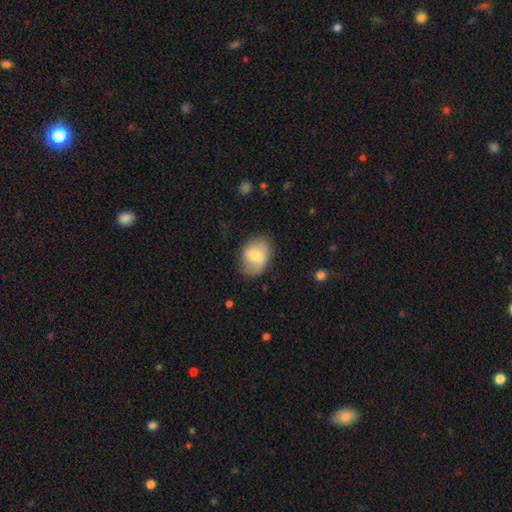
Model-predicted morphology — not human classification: Overall: smooth (65%; featured or disk 28%). How rounded: in between (72%). Merging: none (76%).